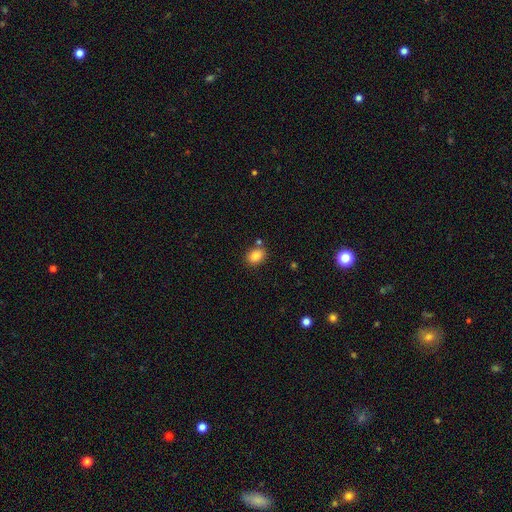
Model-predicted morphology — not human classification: Q: Smooth or featured?
A: smooth (84%); runner-up: star or artifact (9%)
Q: How rounded?
A: in between (65%); runner-up: round (34%)
Q: Merging?
A: none (79%); runner-up: minor disturbance (11%)